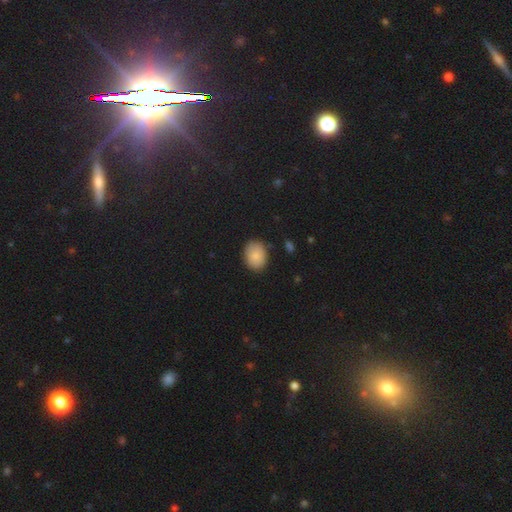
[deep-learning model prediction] Q: Smooth or featured?
A: smooth (85%); runner-up: star or artifact (8%)
Q: How rounded?
A: in between (61%); runner-up: round (38%)
Q: Merging?
A: none (83%); runner-up: minor disturbance (13%)